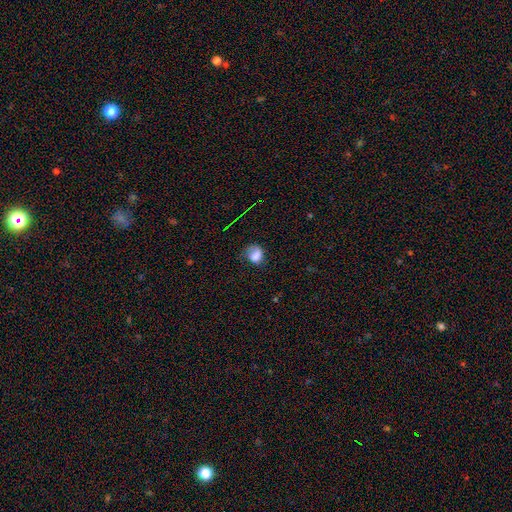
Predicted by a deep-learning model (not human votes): Smooth or featured: smooth — 72% (featured or disk — 17%)
How rounded: round — 49% (tied with in between — 49%)
Merging: none — 39% (minor disturbance — 31%)